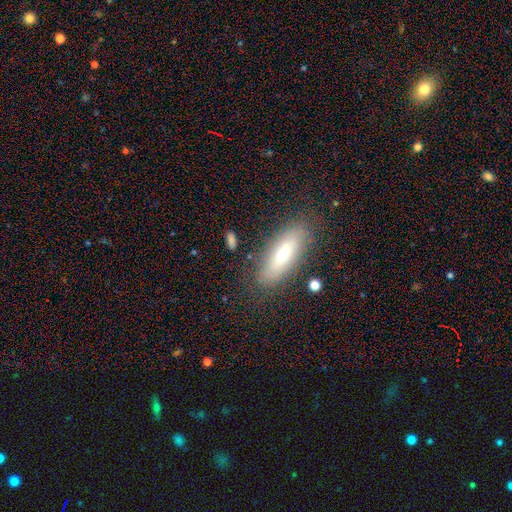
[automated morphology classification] Smooth or featured?
  - smooth: 60% *
  - featured or disk: 25%
  - star or artifact: 15%
How rounded?
  - cigar-shaped: 49% *
  - in between: 48%
  - round: 3%
Merging?
  - none: 85% *
  - minor disturbance: 11%
  - major disturbance: 3%
  - merger: 2%